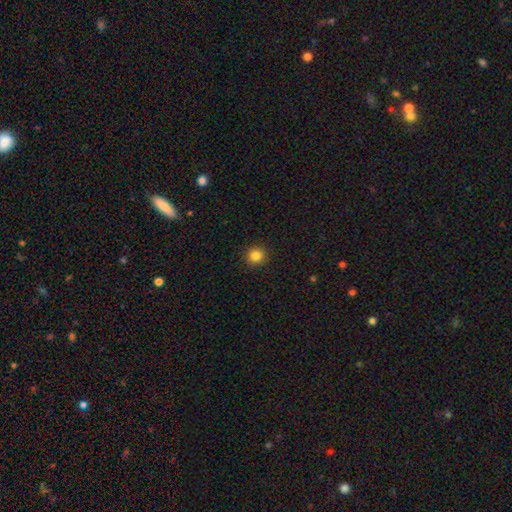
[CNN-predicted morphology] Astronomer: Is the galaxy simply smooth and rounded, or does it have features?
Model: smooth — 84%.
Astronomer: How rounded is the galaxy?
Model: round — 94%.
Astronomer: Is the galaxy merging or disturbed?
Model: none — 92%.